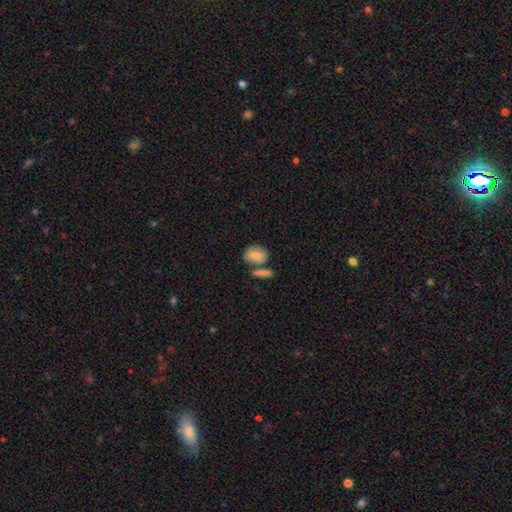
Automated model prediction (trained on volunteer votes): A smooth galaxy with no disk features (78%) that is in between round and cigar-shaped (62%). Merging: none (49%).